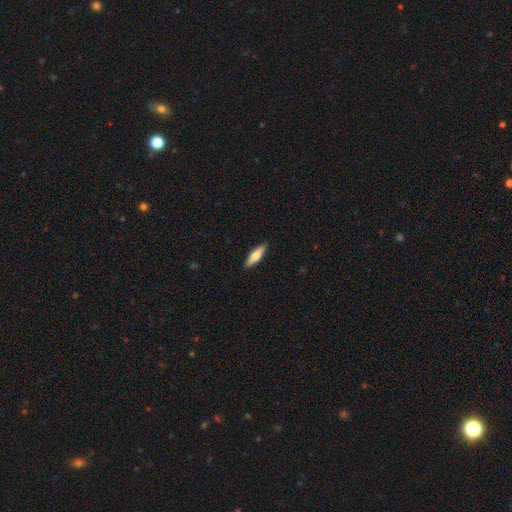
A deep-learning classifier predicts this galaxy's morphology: smooth-or-featured: smooth: 57% | featured or disk: 38% | star or artifact: 6%
  how-rounded: cigar-shaped: 62% | in between: 36% | round: 2%
  merging: none: 90% | minor disturbance: 7% | major disturbance: 2% | merger: 1%